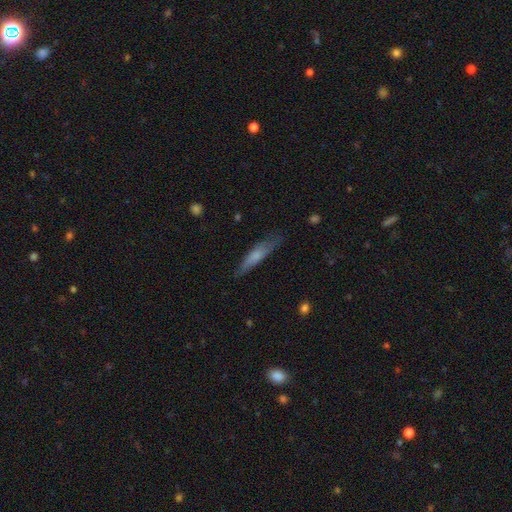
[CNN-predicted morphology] This appears to be a smooth galaxy with no disk features (64%) that is cigar-shaped (84%). Merging: none (76%).